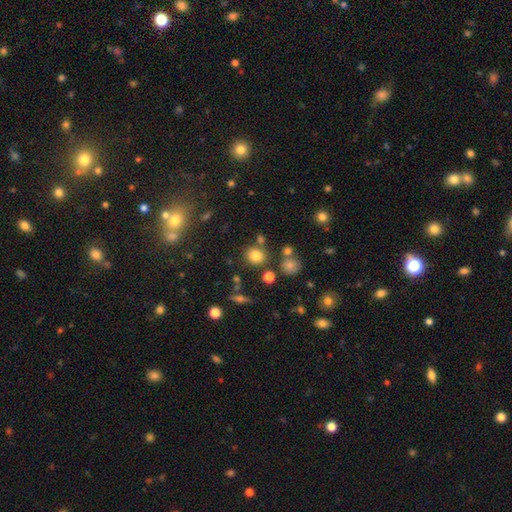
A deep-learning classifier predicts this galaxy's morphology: The model was most divided on "how rounded": round: 79%, in between: 20%, cigar-shaped: 1%. More confident: smooth or featured — smooth (77%); merging — none (77%).